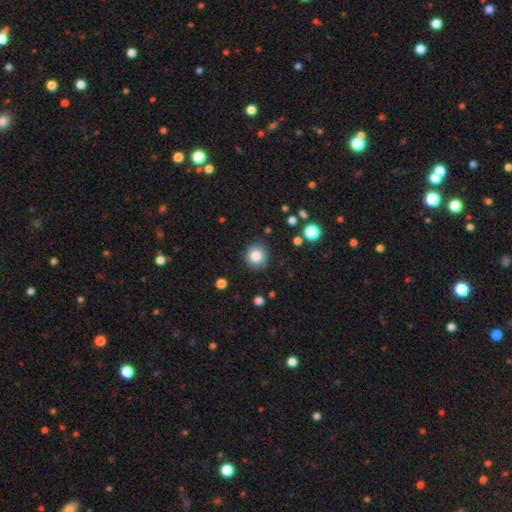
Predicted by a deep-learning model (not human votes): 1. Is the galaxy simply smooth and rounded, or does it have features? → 83% smooth, 10% star or artifact, 7% featured or disk.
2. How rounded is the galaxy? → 85% round, 14% in between, 1% cigar-shaped.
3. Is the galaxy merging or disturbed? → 87% none, 9% minor disturbance, 3% major disturbance, 1% merger.